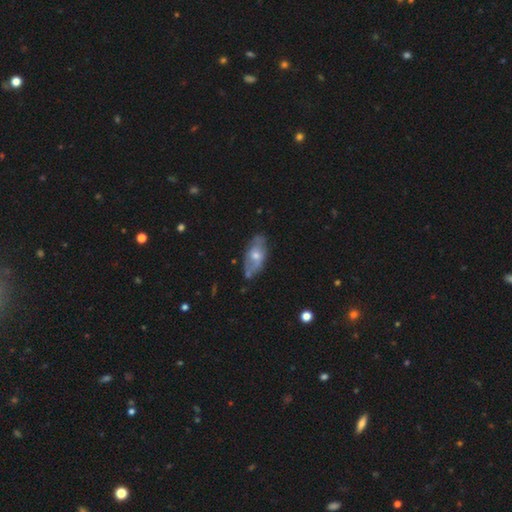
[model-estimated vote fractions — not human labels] The model was most divided on "smooth or featured": featured or disk: 57%, smooth: 35%, star or artifact: 8%. More confident: edge-on disk — no (82%); merging — none (68%).